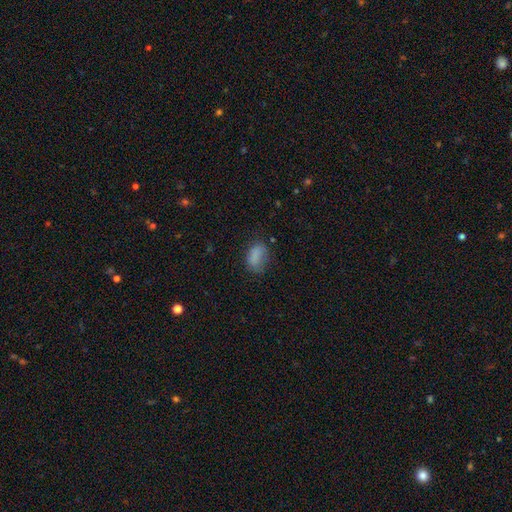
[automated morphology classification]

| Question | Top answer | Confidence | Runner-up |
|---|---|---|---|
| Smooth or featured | smooth | 81% | star or artifact (11%) |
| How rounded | in between | 87% | round (10%) |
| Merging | none | 56% | minor disturbance (28%) |